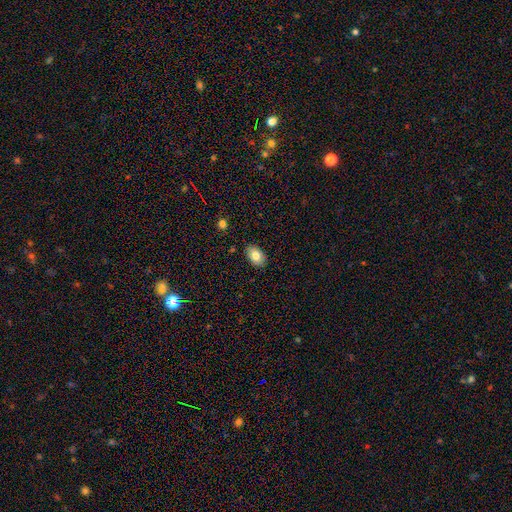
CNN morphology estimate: smooth 82%, featured or disk 11%, star or artifact 7%. Down the decision tree: how rounded — in between (88%); merging — none (87%).